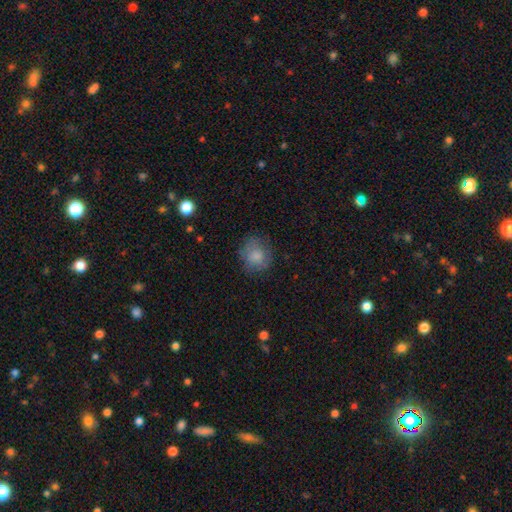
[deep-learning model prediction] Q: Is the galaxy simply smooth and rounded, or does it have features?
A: smooth — 79%.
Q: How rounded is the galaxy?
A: round — 78%.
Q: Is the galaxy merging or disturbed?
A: none — 72%.